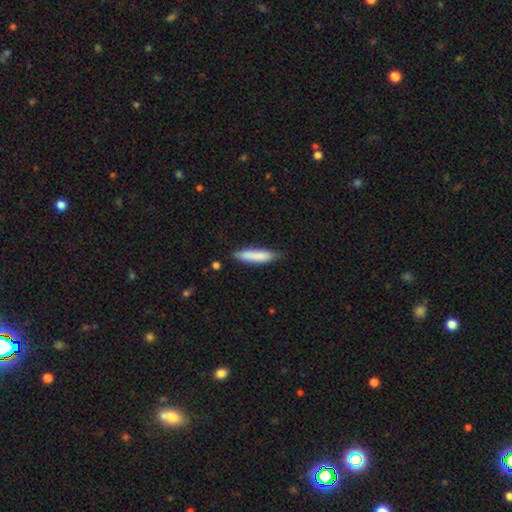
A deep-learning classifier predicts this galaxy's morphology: Q: Smooth or featured?
A: smooth (83%); runner-up: featured or disk (11%)
Q: How rounded?
A: cigar-shaped (79%); runner-up: in between (20%)
Q: Merging?
A: none (76%); runner-up: minor disturbance (19%)